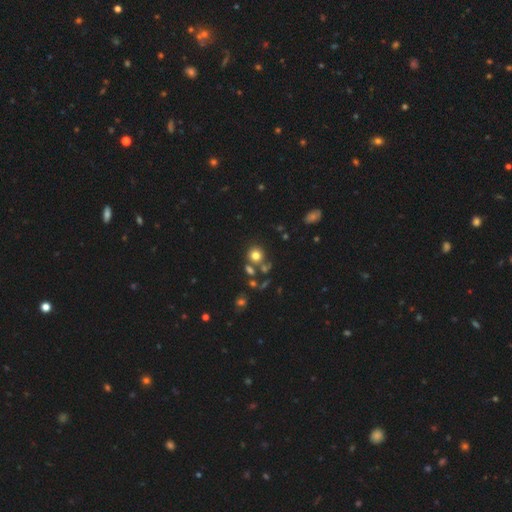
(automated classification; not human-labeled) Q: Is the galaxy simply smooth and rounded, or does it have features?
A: smooth — 75%.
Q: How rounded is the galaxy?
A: round — 87%.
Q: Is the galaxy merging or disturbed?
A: none — 68%.